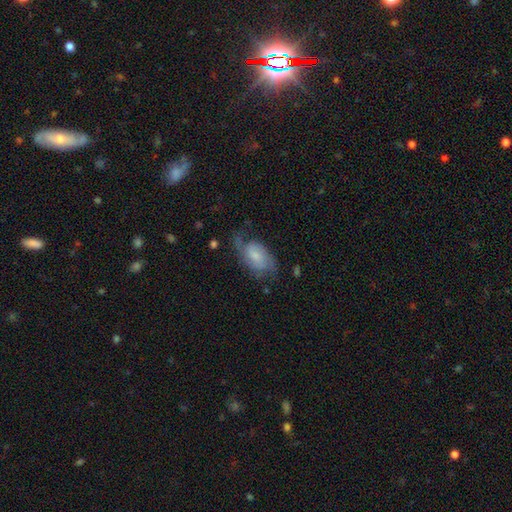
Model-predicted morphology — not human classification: The model was most divided on "spiral winding": medium: 43%, loose: 33%, tight: 24%. Remaining: edge-on disk — no (95%); spiral arms — yes (87%); spiral arm count — 2 (62%); smooth or featured — featured or disk (61%); bar — no (53%); merging — none (49%); bulge size — small (41%).